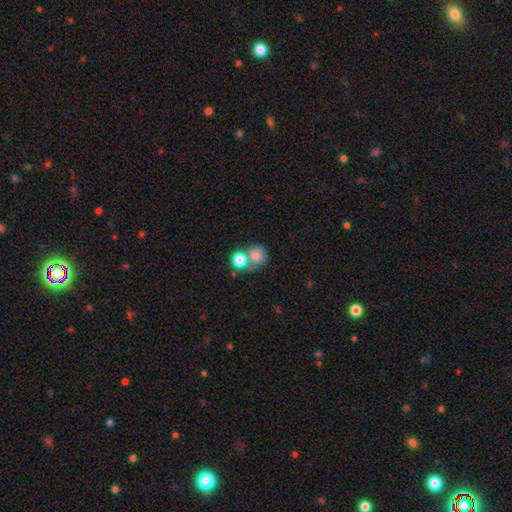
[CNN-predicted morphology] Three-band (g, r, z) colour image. It shows a smooth galaxy with no disk features (77%) that is round (83%). Merging: merger (45%).